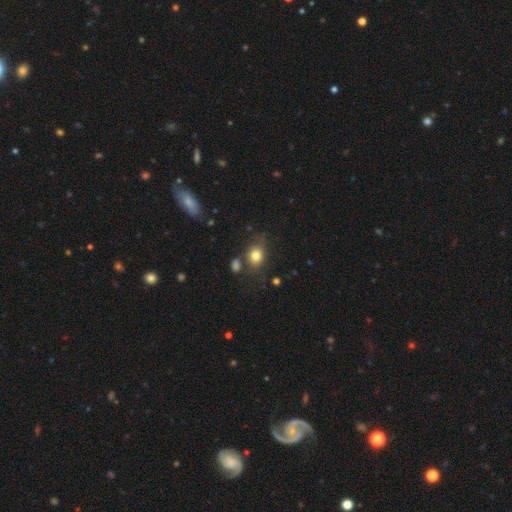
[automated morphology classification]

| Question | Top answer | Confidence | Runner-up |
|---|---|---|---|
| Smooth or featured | smooth | 79% | star or artifact (11%) |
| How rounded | round | 53% | in between (46%) |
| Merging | none | 64% | minor disturbance (20%) |